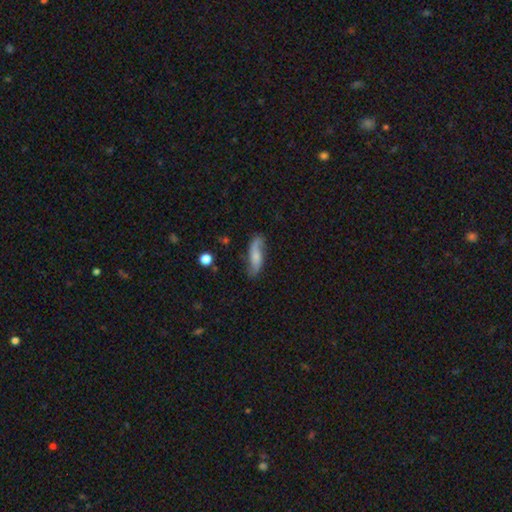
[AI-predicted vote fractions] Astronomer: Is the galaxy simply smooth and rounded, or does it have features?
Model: featured or disk — 53% (runner-up: smooth, 41%).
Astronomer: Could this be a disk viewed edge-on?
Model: no — 83%.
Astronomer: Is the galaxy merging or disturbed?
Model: none — 70%.